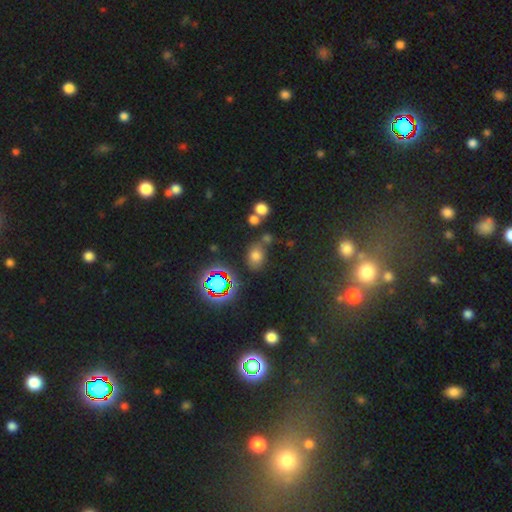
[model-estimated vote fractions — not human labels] A smooth galaxy with no disk features (61%) that is in between round and cigar-shaped (59%).

Vote fractions:
- Smooth or featured? smooth: 61% / star or artifact: 31% / featured or disk: 8%
- How rounded? in between: 59% / round: 39% / cigar-shaped: 2%
- Merging? none: 68% / minor disturbance: 14% / merger: 11% / major disturbance: 6%